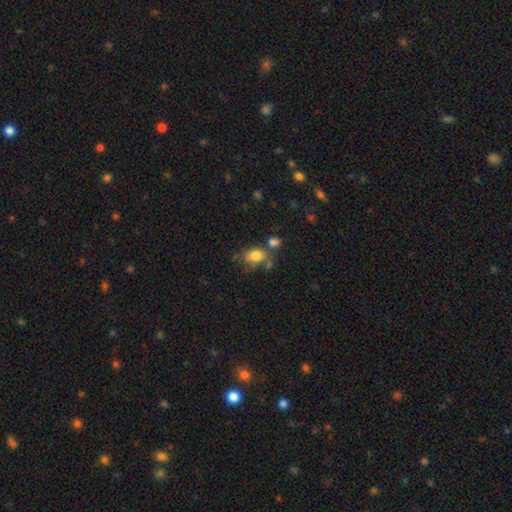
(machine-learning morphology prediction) Smooth or featured: smooth — 78% (featured or disk — 12%)
How rounded: in between — 81% (round — 17%)
Merging: none — 47% (merger — 23%)